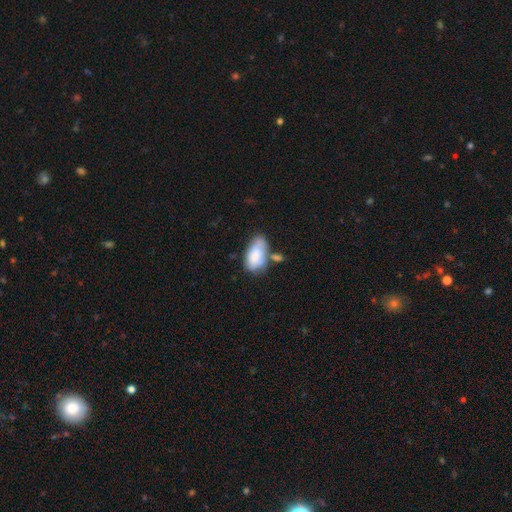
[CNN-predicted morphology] smooth_or_featured: smooth (p=0.75) [alt: featured or disk p=0.18]
how_rounded: in between (p=0.93) [alt: round p=0.04]
merging: none (p=0.37) [alt: minor disturbance p=0.27]